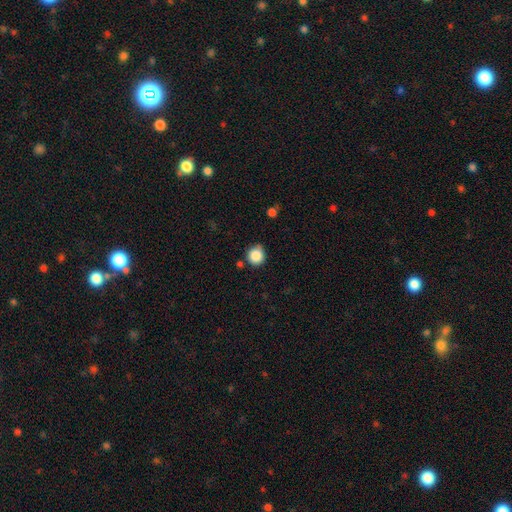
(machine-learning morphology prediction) Smooth or featured: smooth — 87% (star or artifact — 10%)
How rounded: round — 91% (in between — 8%)
Merging: none — 76% (minor disturbance — 16%)